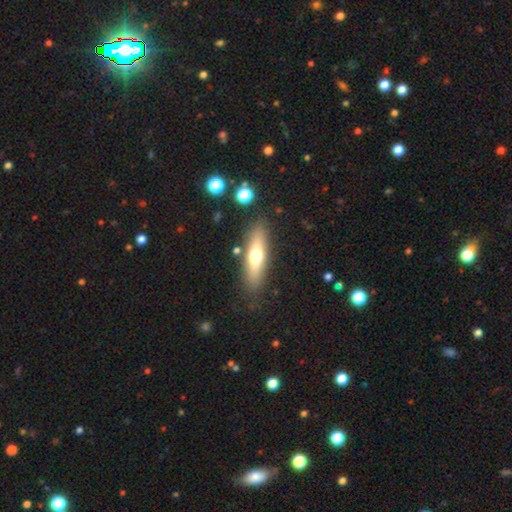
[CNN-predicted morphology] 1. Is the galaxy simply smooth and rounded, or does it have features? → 59% smooth, 34% featured or disk, 7% star or artifact.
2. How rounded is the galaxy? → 62% cigar-shaped, 35% in between, 3% round.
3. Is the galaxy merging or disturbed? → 84% none, 10% minor disturbance, 3% major disturbance, 3% merger.